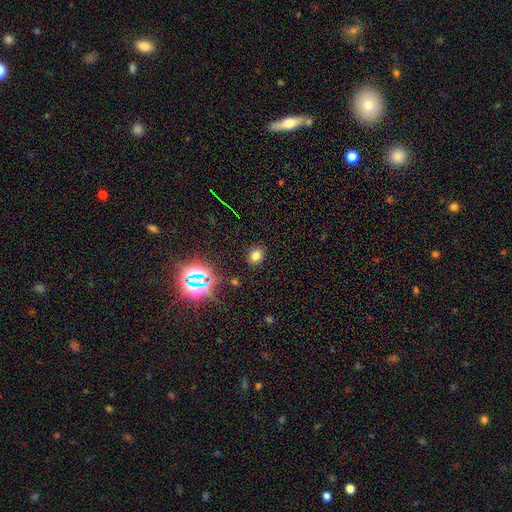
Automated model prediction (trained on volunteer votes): Overall: smooth (72%). How rounded: round (57%; in between 42%). Merging: none (88%).